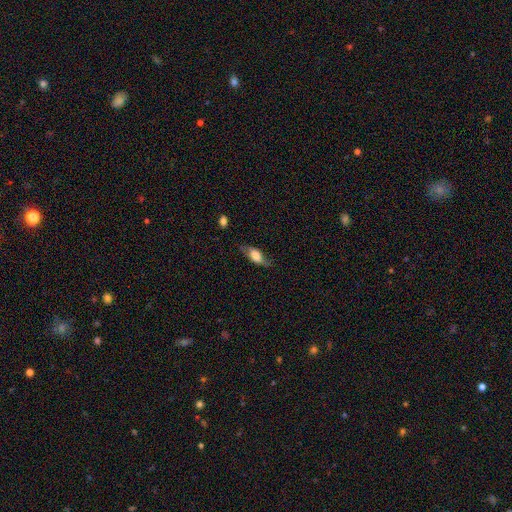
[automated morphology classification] This is possibly a smooth galaxy (53%). How rounded: likely in between (76%). Merging: likely none (65%).